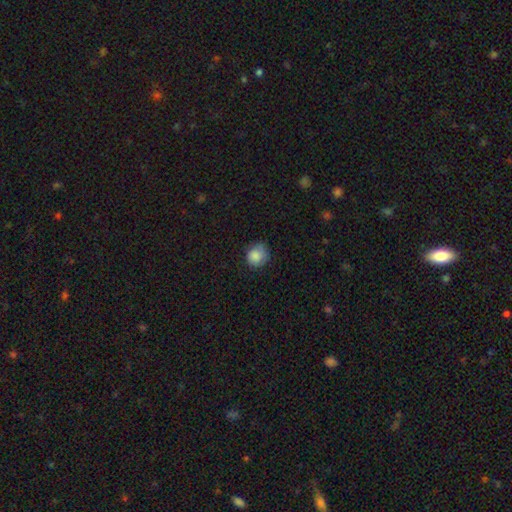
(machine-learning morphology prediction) Smooth or featured? smooth (85%)
How rounded? round (81%)
Merging? none (65%)